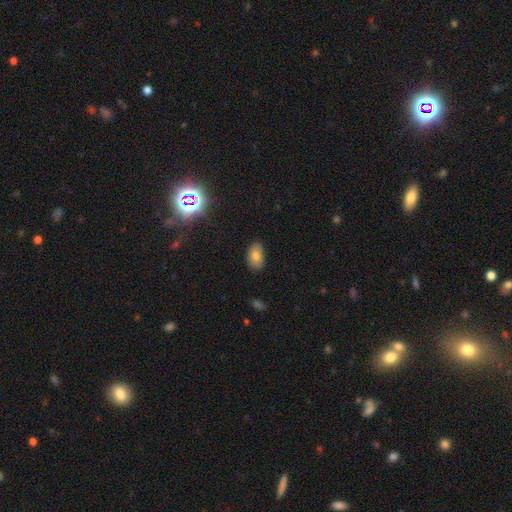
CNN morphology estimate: type=smooth (77%); roundness=in between (90%); merging=none (83%).